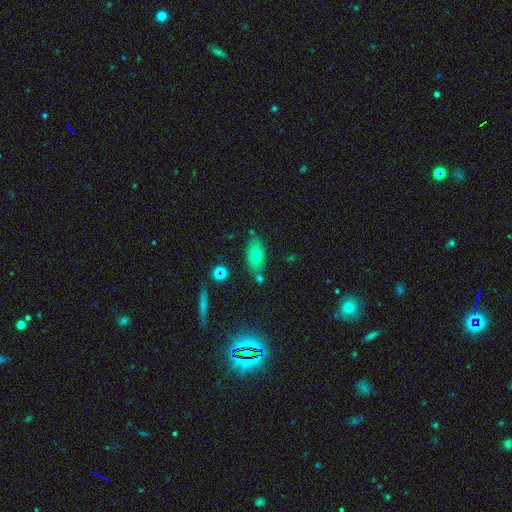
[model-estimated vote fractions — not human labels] Smooth or featured? smooth (67%)
How rounded? in between (87%)
Merging? none (71%)